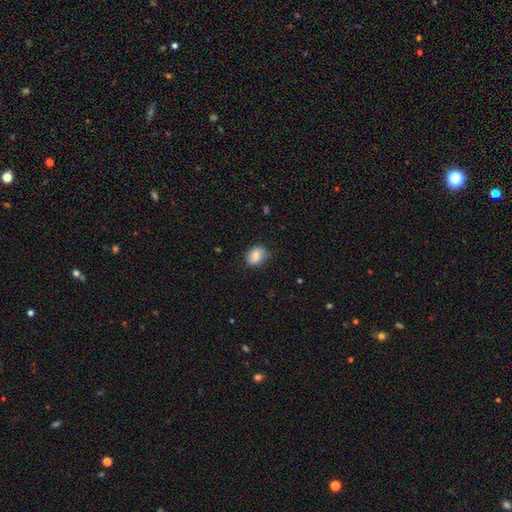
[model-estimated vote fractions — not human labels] Smooth or featured: smooth — 80% (featured or disk — 12%)
How rounded: round — 50% (in between — 49%)
Merging: none — 74% (minor disturbance — 21%)